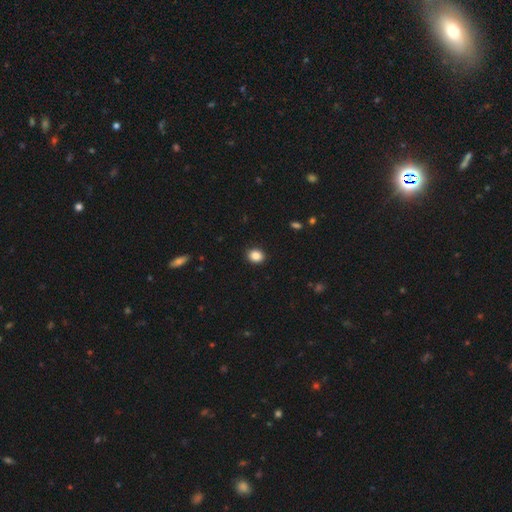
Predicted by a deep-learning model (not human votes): This is clearly a smooth galaxy (87%). How rounded: possibly round (57%). Merging: clearly none (91%).